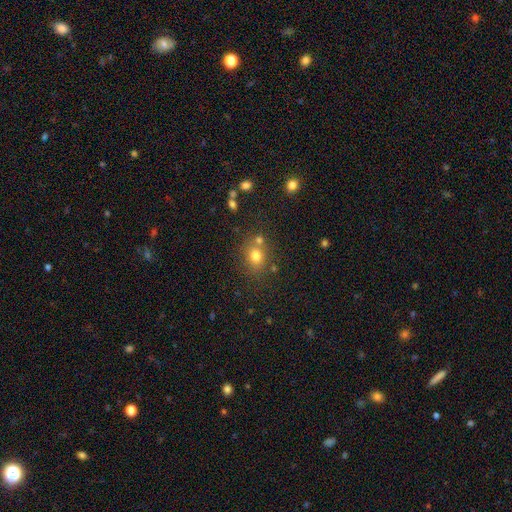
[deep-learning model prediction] Smooth or featured? smooth (74%)
How rounded? round (63%)
Merging? none (64%)